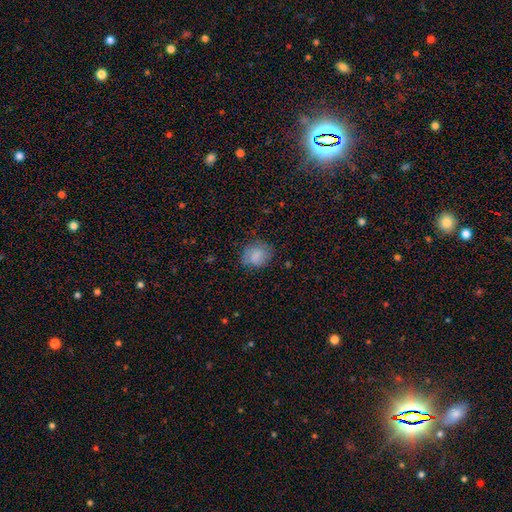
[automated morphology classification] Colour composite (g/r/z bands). It shows a smooth galaxy with no disk features (79%) that is round (55%). Merging: none (69%).